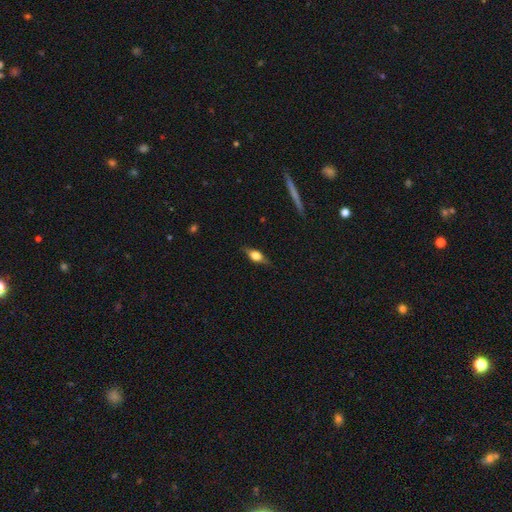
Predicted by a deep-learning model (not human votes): Smooth or featured? Predicted: featured or disk (p=0.49). Merging? Predicted: none (p=0.80).